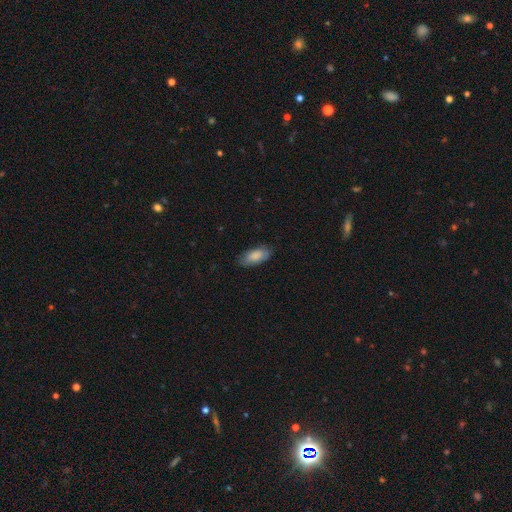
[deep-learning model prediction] Q: Smooth or featured?
A: smooth (83%); runner-up: featured or disk (11%)
Q: How rounded?
A: in between (88%); runner-up: cigar-shaped (10%)
Q: Merging?
A: none (78%); runner-up: minor disturbance (17%)